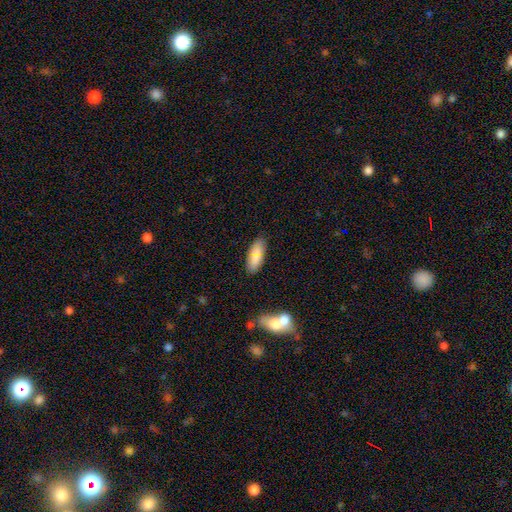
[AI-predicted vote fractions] smooth 78%, featured or disk 14%, star or artifact 8%. Down the decision tree: how rounded — in between (74%); merging — none (79%).